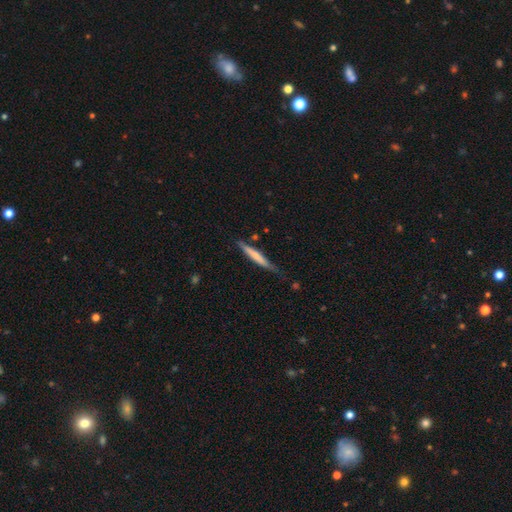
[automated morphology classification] Q: Smooth or featured?
A: smooth (60%); runner-up: featured or disk (34%)
Q: How rounded?
A: cigar-shaped (95%); runner-up: in between (4%)
Q: Merging?
A: none (71%); runner-up: minor disturbance (22%)